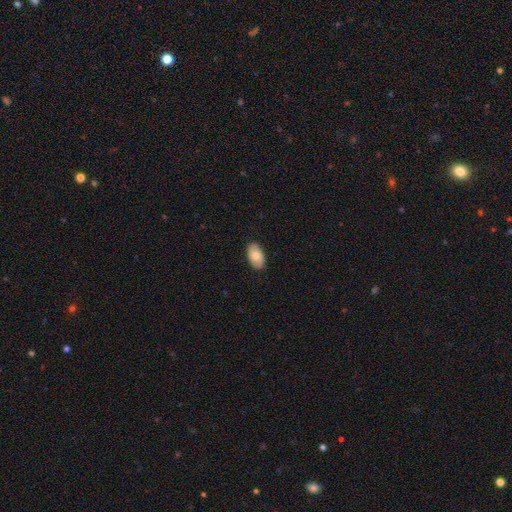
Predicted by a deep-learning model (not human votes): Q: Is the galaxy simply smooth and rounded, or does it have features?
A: smooth — 74%.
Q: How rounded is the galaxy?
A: in between — 95%.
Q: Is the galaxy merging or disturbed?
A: none — 88%.